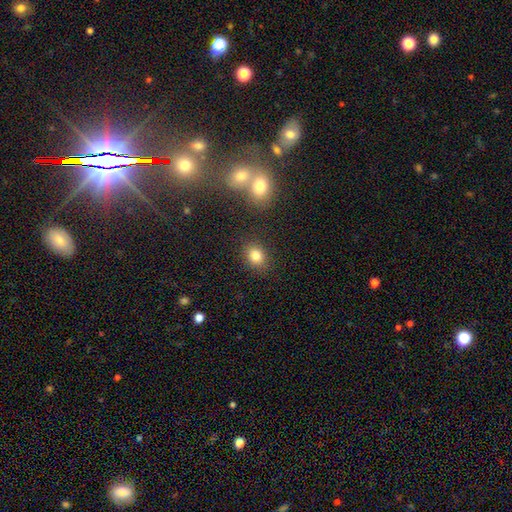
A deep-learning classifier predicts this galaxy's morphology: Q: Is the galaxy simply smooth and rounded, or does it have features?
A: smooth — 81%.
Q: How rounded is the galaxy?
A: round — 58%.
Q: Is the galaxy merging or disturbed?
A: none — 85%.